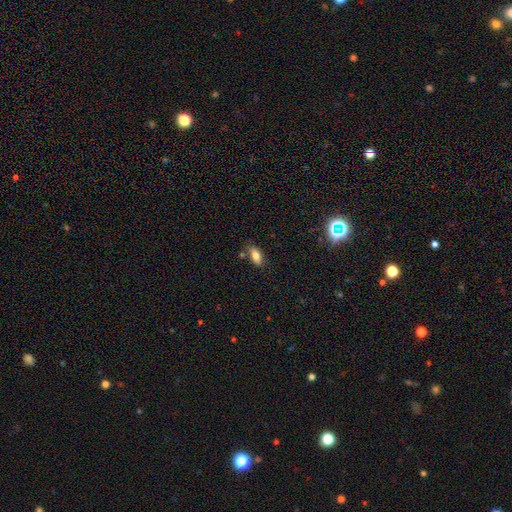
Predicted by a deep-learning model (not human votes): Smooth or featured: smooth — 78% (featured or disk — 14%)
How rounded: in between — 87% (cigar-shaped — 10%)
Merging: none — 73% (minor disturbance — 16%)